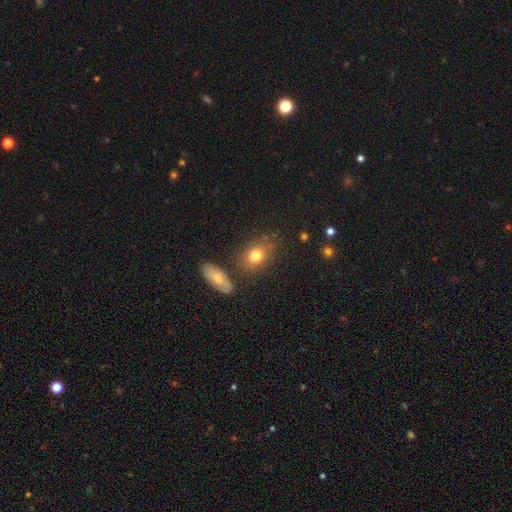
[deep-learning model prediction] A smooth galaxy with no disk features (78%) that is in between round and cigar-shaped (68%).

Vote fractions:
- Smooth or featured? smooth: 78% / featured or disk: 12% / star or artifact: 10%
- How rounded? in between: 68% / round: 29% / cigar-shaped: 3%
- Merging? none: 73% / minor disturbance: 13% / merger: 10% / major disturbance: 4%